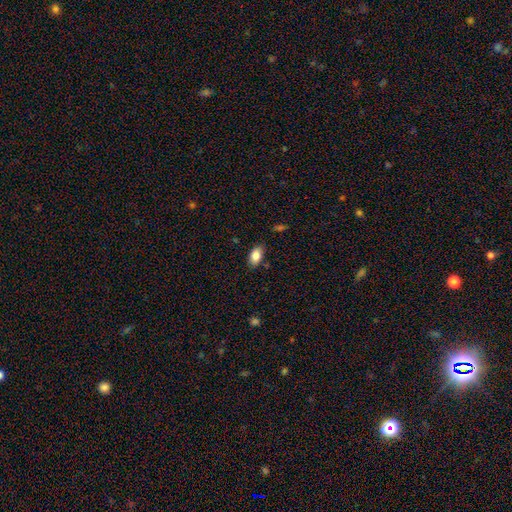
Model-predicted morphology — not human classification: Q: Smooth or featured?
A: smooth (84%); runner-up: featured or disk (8%)
Q: How rounded?
A: in between (91%); runner-up: round (5%)
Q: Merging?
A: none (83%); runner-up: minor disturbance (12%)